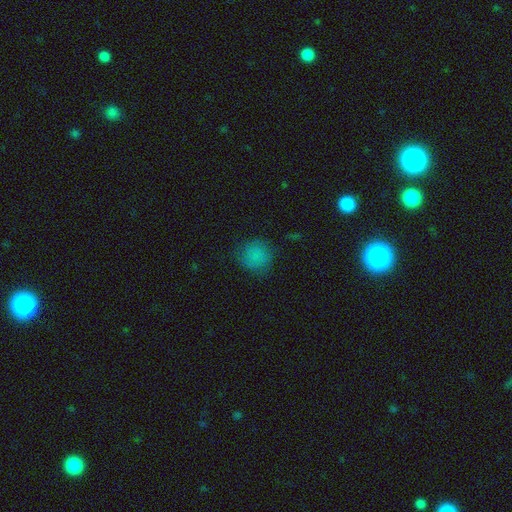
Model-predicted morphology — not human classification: A smooth galaxy with no disk features (78%) that is round (87%). Merging: none (72%).